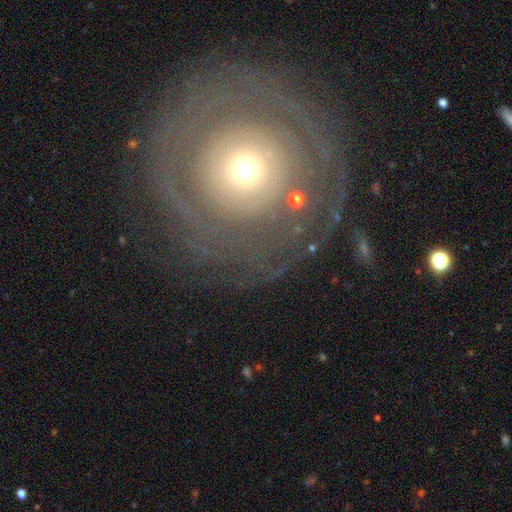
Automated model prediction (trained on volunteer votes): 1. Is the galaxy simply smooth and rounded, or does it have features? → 67% featured or disk, 24% smooth, 9% star or artifact.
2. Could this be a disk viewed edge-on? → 96% no, 4% yes.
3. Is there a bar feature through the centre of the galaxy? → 88% no, 8% weak, 4% strong.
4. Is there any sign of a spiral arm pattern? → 61% yes, 39% no.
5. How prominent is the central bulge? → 46% moderate, 44% small, 7% large, 2% dominant, 1% none.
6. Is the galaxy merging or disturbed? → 78% none, 11% minor disturbance, 9% major disturbance, 2% merger.